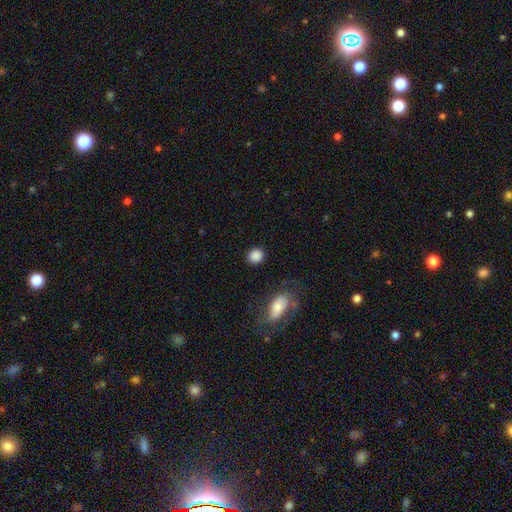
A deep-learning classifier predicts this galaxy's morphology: The model was most divided on "how rounded": round: 77%, in between: 22%, cigar-shaped: 2%. More confident: smooth or featured — smooth (88%); merging — none (87%).